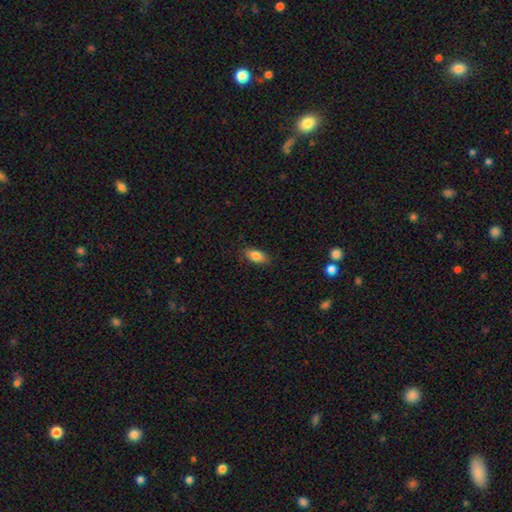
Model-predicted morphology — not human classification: Smooth or featured?
  - smooth: 84% *
  - featured or disk: 8%
  - star or artifact: 8%
How rounded?
  - in between: 85% *
  - cigar-shaped: 11%
  - round: 4%
Merging?
  - none: 82% *
  - minor disturbance: 14%
  - major disturbance: 3%
  - merger: 1%